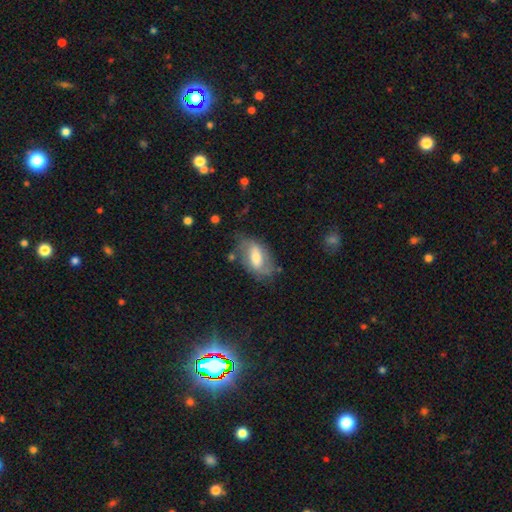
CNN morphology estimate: This appears to be a featured or disk galaxy (55%). Merging: none (65%).